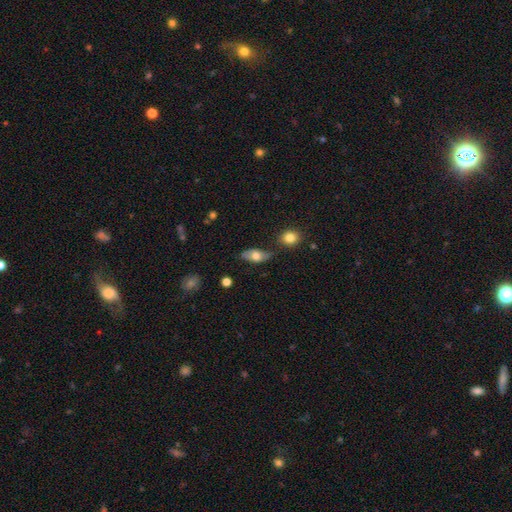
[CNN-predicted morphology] type=smooth (64%); roundness=in between (88%); merging=none (63%).